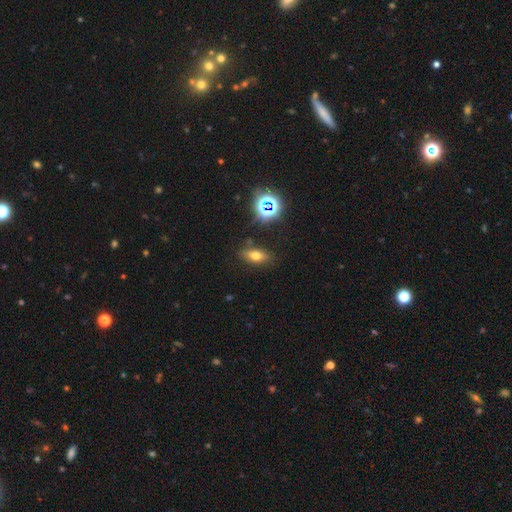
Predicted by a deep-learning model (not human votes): Smooth or featured: smooth — 62% (star or artifact — 20%)
How rounded: in between — 72% (cigar-shaped — 18%)
Merging: none — 83% (minor disturbance — 11%)